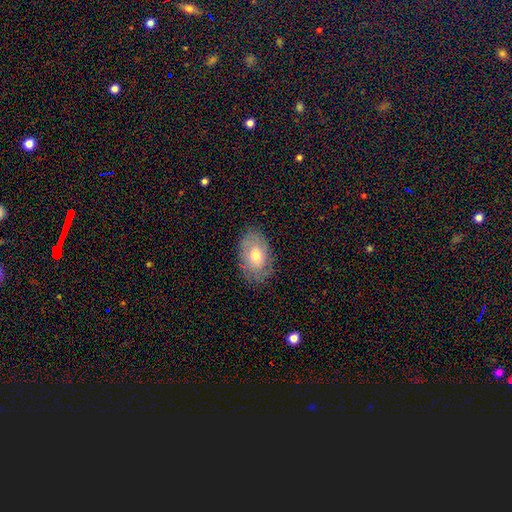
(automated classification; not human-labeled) A smooth galaxy with no disk features (51%) that is in between round and cigar-shaped (91%). Merging: none (79%).